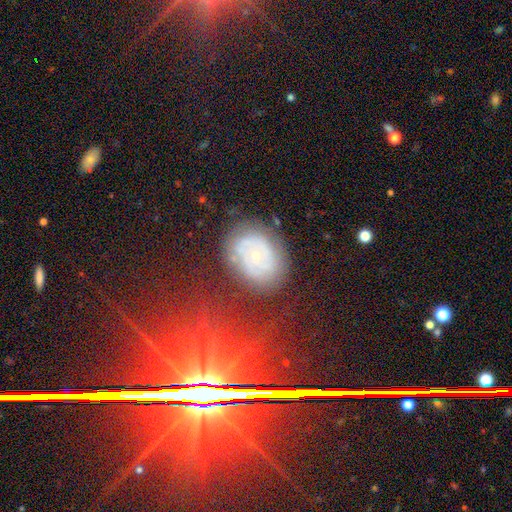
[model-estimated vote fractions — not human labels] This appears to be a featured or disk galaxy (62%) with no bar (78%), spiral arms (77%) and a small central bulge (81%). Merging: none (77%).